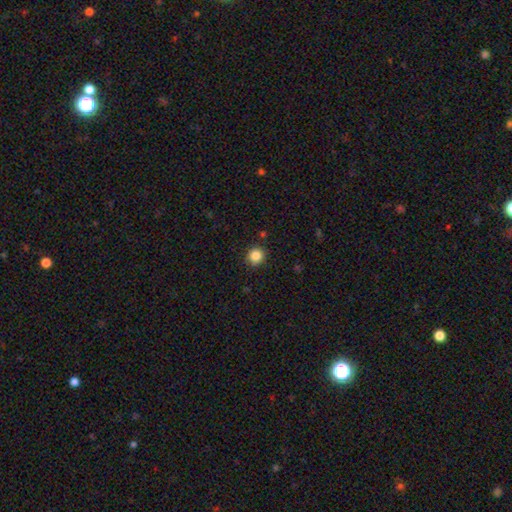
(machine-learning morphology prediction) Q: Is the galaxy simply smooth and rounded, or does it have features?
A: smooth — 85%.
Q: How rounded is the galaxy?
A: round — 92%.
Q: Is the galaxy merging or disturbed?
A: none — 90%.